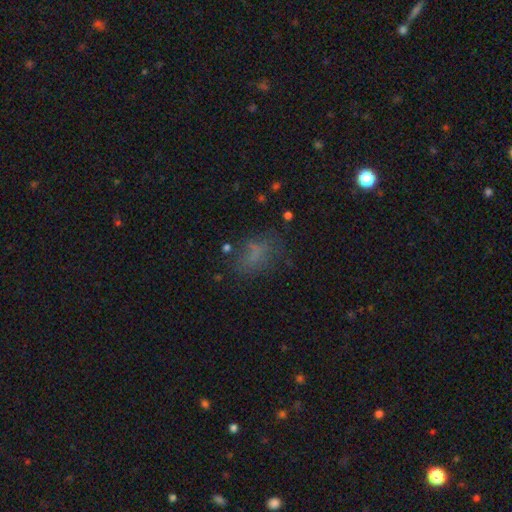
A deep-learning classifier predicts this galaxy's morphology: The model was most divided on "smooth or featured": smooth: 60%, star or artifact: 23%, featured or disk: 17%. More confident: how rounded — in between (79%); merging — none (58%).